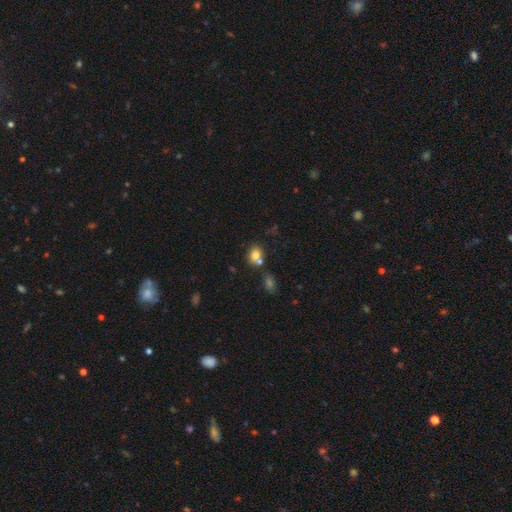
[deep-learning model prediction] This is likely a smooth galaxy (78%). How rounded: possibly round (53%). Merging: possibly none (51%).